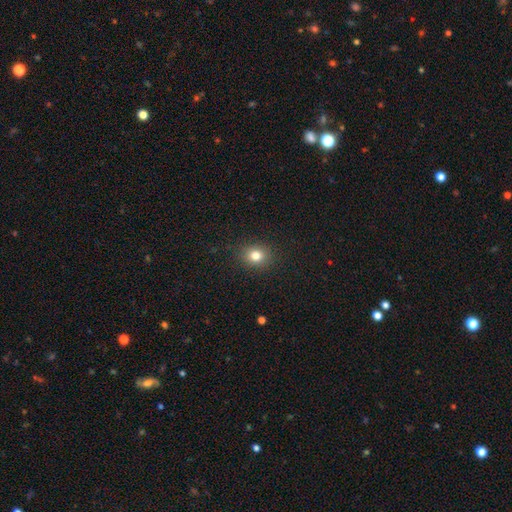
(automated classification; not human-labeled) Smooth or featured?
  - smooth: 80% *
  - star or artifact: 13%
  - featured or disk: 7%
How rounded?
  - round: 71% *
  - in between: 28%
  - cigar-shaped: 1%
Merging?
  - none: 89% *
  - minor disturbance: 7%
  - major disturbance: 2%
  - merger: 1%